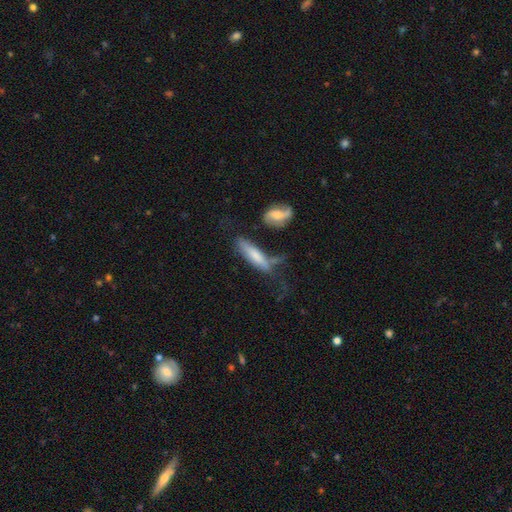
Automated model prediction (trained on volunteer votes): Smooth or featured?
  - smooth: 61% *
  - featured or disk: 32%
  - star or artifact: 7%
How rounded?
  - cigar-shaped: 70% *
  - in between: 28%
  - round: 2%
Merging?
  - none: 42% *
  - minor disturbance: 26%
  - major disturbance: 18%
  - merger: 14%